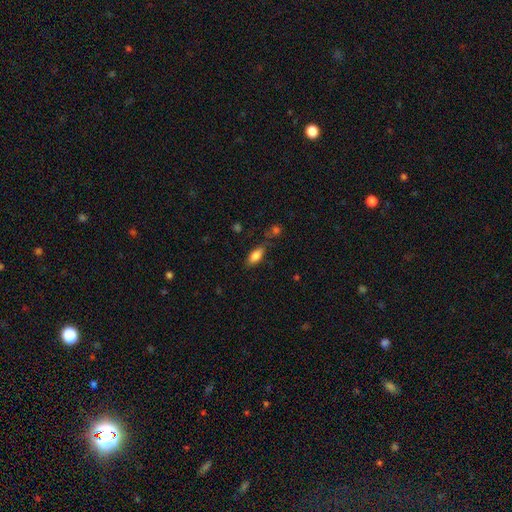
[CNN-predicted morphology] This is clearly a smooth galaxy (82%). How rounded: clearly in between (86%). Merging: likely none (70%).